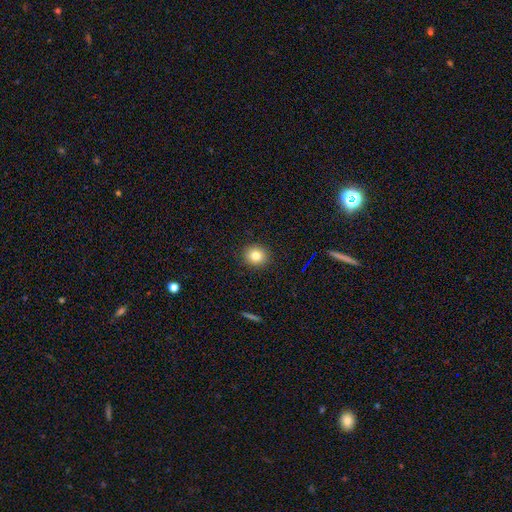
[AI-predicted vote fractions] Morphology: type=smooth (81%); roundness=round (83%); merging=none (91%).